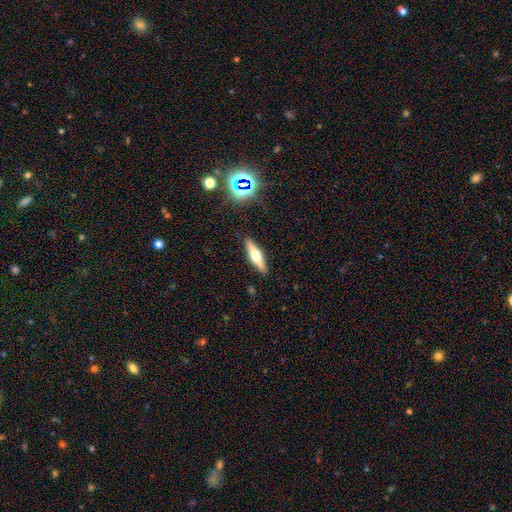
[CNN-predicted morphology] A featured or disk galaxy (57%) viewed edge-on (94%) with a rounded central bulge (94%).

Vote fractions:
- Smooth or featured? featured or disk: 57% / smooth: 35% / star or artifact: 8%
- Edge-on disk? yes: 94% / no: 6%
- Edge-on bulge? rounded: 94% / boxy: 4% / none: 2%
- Merging? none: 90% / minor disturbance: 7% / major disturbance: 2% / merger: 1%